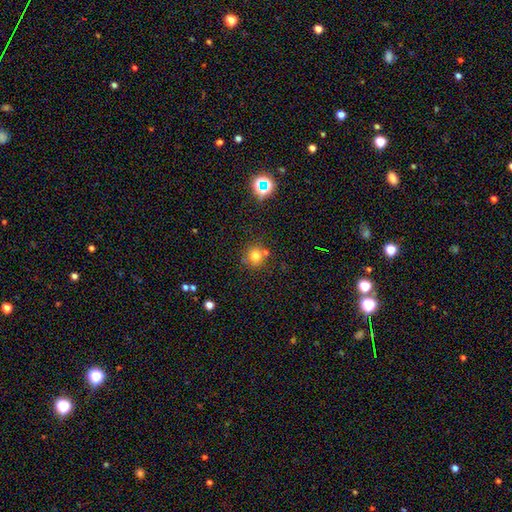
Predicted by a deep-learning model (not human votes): Smooth or featured? Predicted: smooth (p=0.74). How rounded? Predicted: round (p=0.89). Merging? Predicted: none (p=0.70).